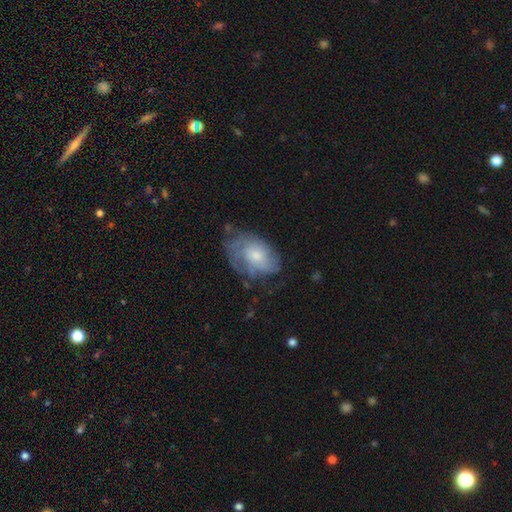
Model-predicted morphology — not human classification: type=featured or disk (53%); edge-on=no (96%); bar=no (77%); spiral arms=yes (72%); bulge=small (48%); merging=none (52%).